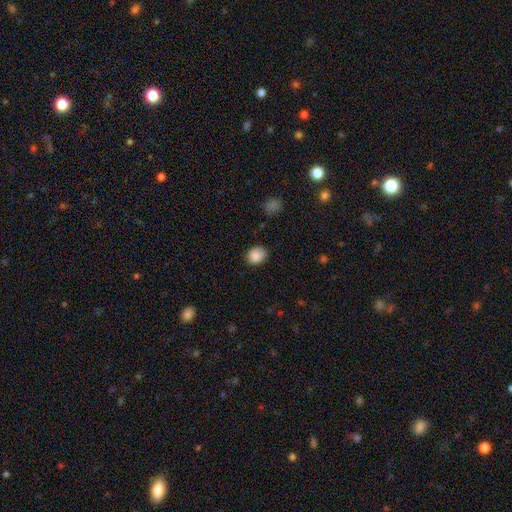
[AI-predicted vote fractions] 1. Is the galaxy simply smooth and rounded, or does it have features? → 88% smooth, 8% star or artifact, 4% featured or disk.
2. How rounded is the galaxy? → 52% round, 47% in between, 1% cigar-shaped.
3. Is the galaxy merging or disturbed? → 85% none, 11% minor disturbance, 3% major disturbance, 1% merger.